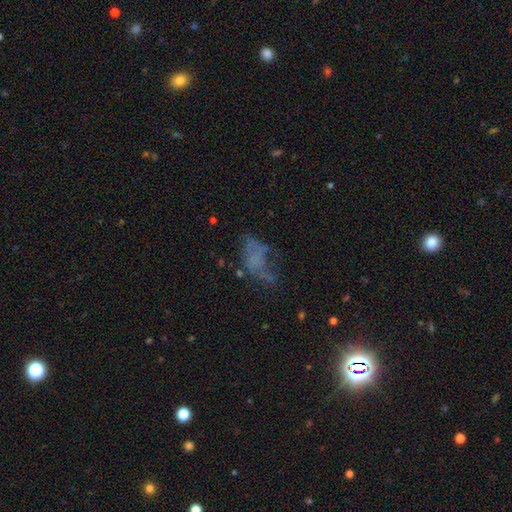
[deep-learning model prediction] A featured or disk galaxy (40%). Merging: none (37%, tied with major disturbance).